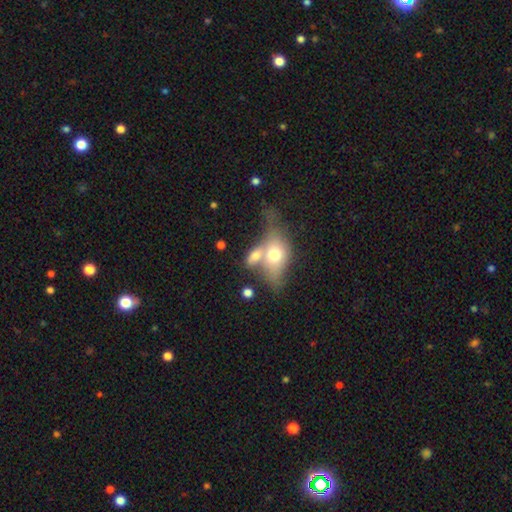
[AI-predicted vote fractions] Morphology: type=smooth (64%); roundness=in between (74%); merging=merger (54%).